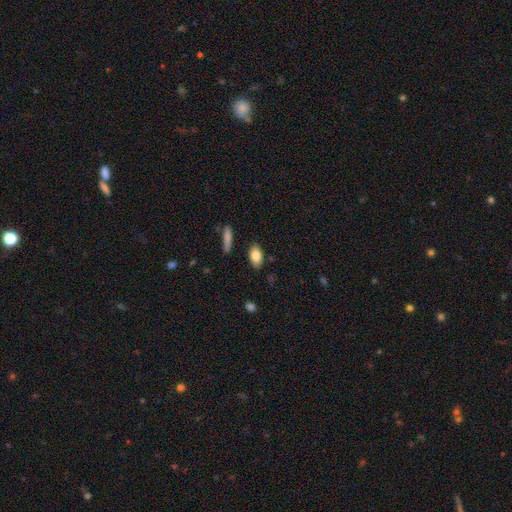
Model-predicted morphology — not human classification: Smooth or featured? smooth (82%)
How rounded? in between (89%)
Merging? none (86%)